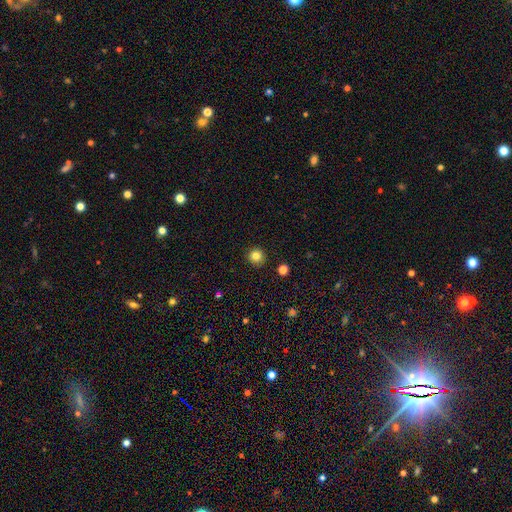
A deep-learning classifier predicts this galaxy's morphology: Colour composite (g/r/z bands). It shows a smooth galaxy with no disk features (83%) that is round (93%). Merging: none (91%).